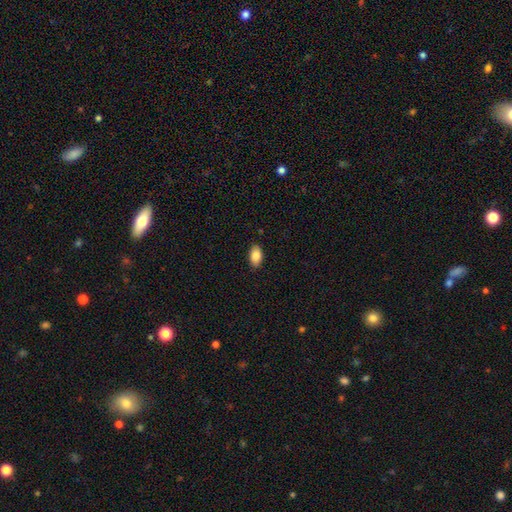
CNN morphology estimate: smooth_or_featured: smooth (p=0.87) [alt: star or artifact p=0.07]
how_rounded: in between (p=0.93) [alt: round p=0.05]
merging: none (p=0.88) [alt: minor disturbance p=0.09]